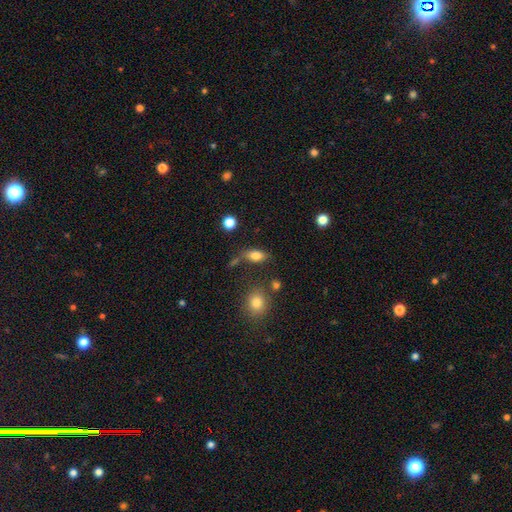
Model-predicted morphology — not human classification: This appears to be a smooth galaxy with no disk features (80%) that is in between round and cigar-shaped (84%). Merging: none (67%).